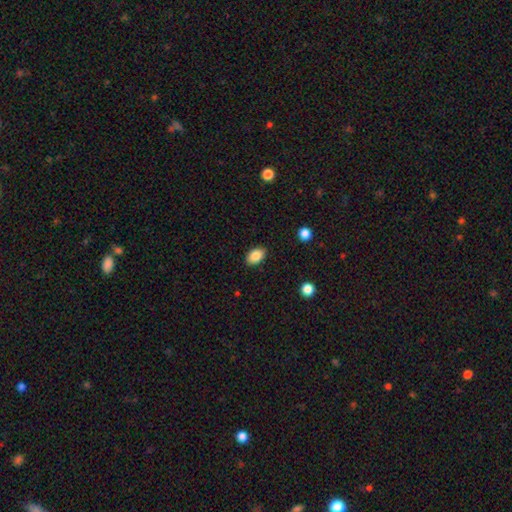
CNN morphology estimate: This is clearly a smooth galaxy (86%). How rounded: clearly in between (87%). Merging: clearly none (88%).